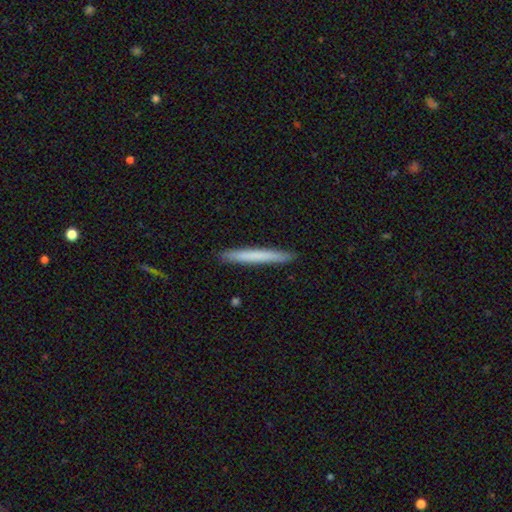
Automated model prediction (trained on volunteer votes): A smooth galaxy with no disk features (70%) that is cigar-shaped (97%).

Vote fractions:
- Smooth or featured? smooth: 70% / featured or disk: 25% / star or artifact: 6%
- How rounded? cigar-shaped: 97% / in between: 2% / round: 1%
- Merging? none: 91% / minor disturbance: 6% / major disturbance: 1% / merger: 1%